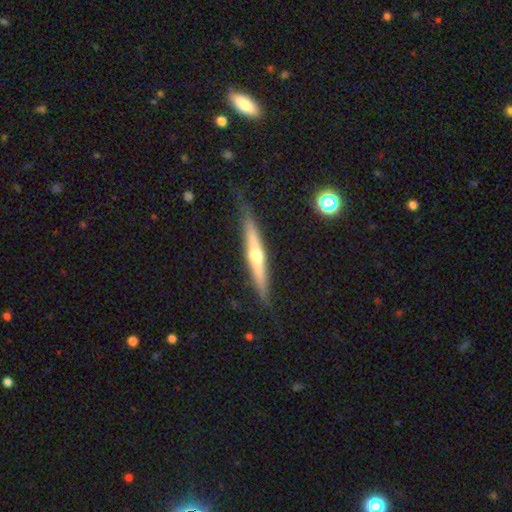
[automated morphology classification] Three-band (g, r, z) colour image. It shows a featured or disk galaxy (68%) viewed edge-on (96%) with a rounded central bulge (89%). Merging: none (86%).